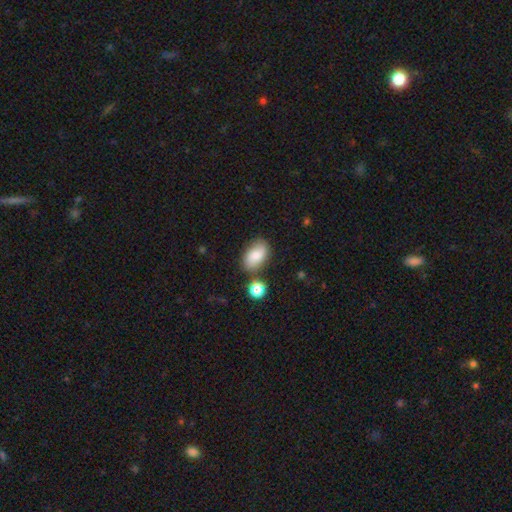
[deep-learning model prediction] This appears to be a smooth galaxy with no disk features (73%) that is in between round and cigar-shaped (90%). Merging: none (69%).